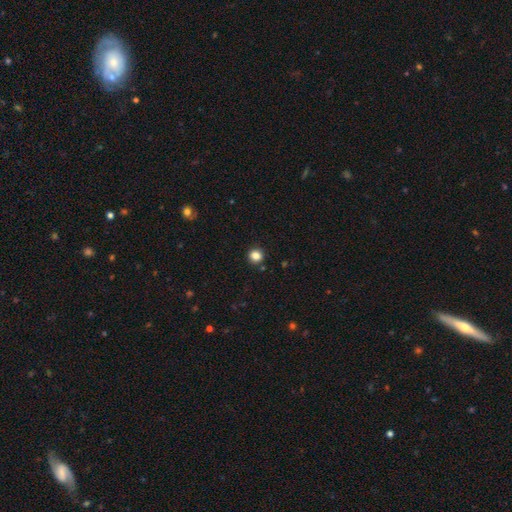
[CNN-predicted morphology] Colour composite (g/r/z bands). It shows a smooth galaxy with no disk features (84%) that is round (92%). Merging: none (92%).